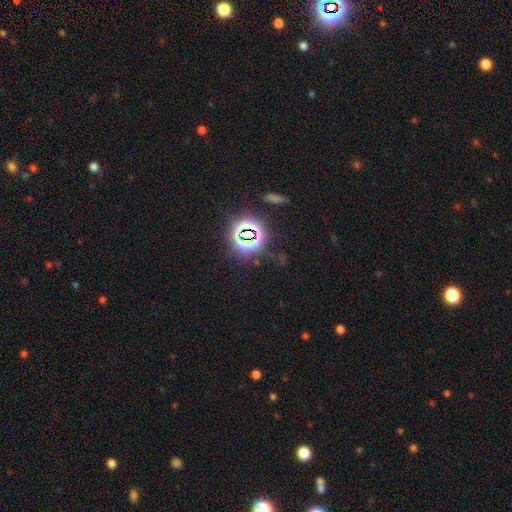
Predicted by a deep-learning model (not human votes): Morphology: type=star or artifact (80%).